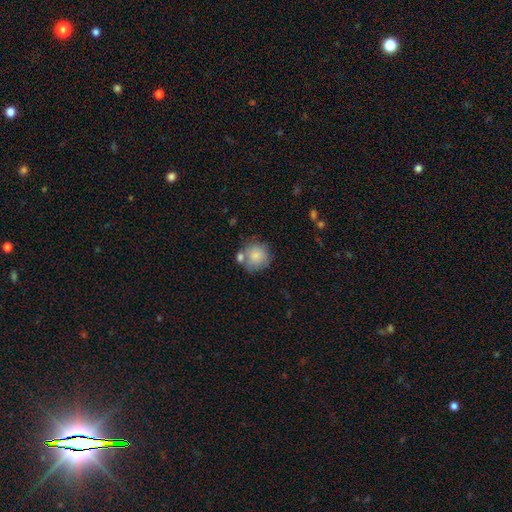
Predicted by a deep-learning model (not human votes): smooth-or-featured: smooth: 81% | featured or disk: 11% | star or artifact: 8%
  how-rounded: round: 90% | in between: 9% | cigar-shaped: 1%
  merging: none: 60% | merger: 20% | minor disturbance: 15% | major disturbance: 5%